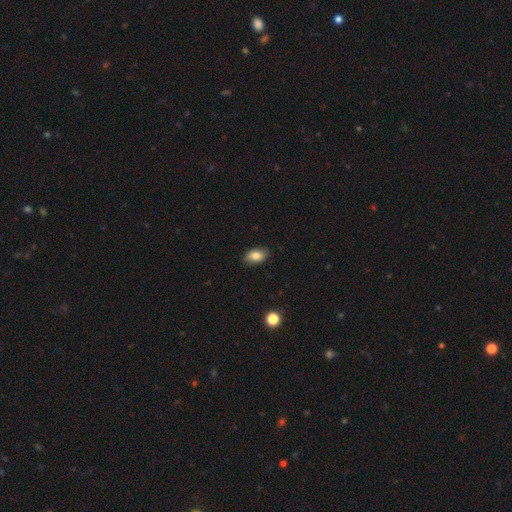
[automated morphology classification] smooth_or_featured: smooth (p=0.84) [alt: star or artifact p=0.08]
how_rounded: in between (p=0.89) [alt: round p=0.09]
merging: none (p=0.86) [alt: minor disturbance p=0.11]